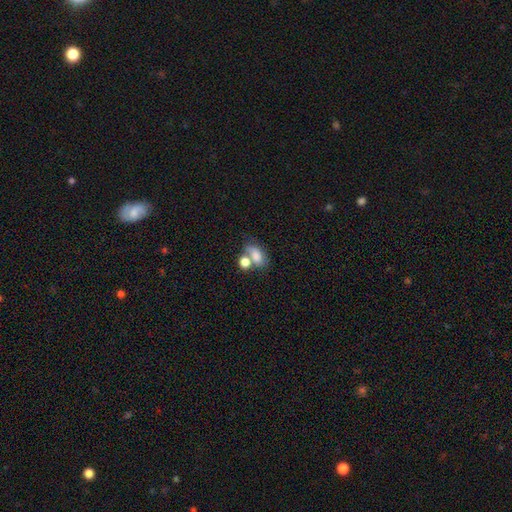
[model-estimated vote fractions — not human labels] Smooth or featured?
  - smooth: 74% *
  - featured or disk: 15%
  - star or artifact: 11%
How rounded?
  - in between: 77% *
  - round: 21%
  - cigar-shaped: 2%
Merging?
  - merger: 47% *
  - none: 31%
  - minor disturbance: 13%
  - major disturbance: 9%